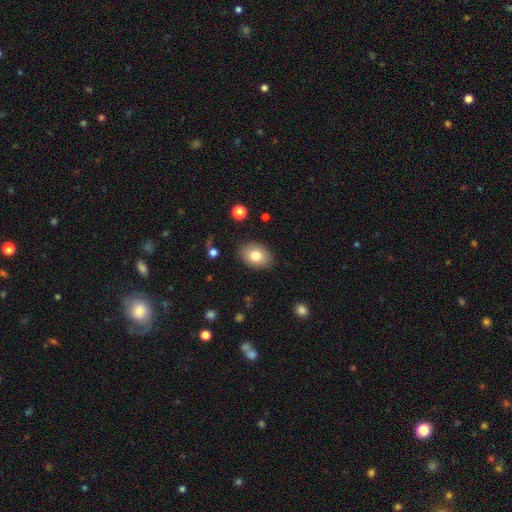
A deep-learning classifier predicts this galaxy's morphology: This appears to be a smooth galaxy with no disk features (80%) that is in between round and cigar-shaped (77%). Merging: none (87%).